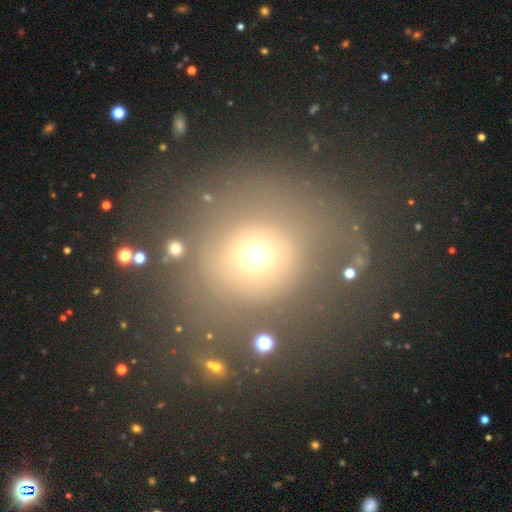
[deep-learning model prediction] smooth 61%, star or artifact 24%, featured or disk 15%. Down the decision tree: how rounded — round (88%); merging — none (64%).